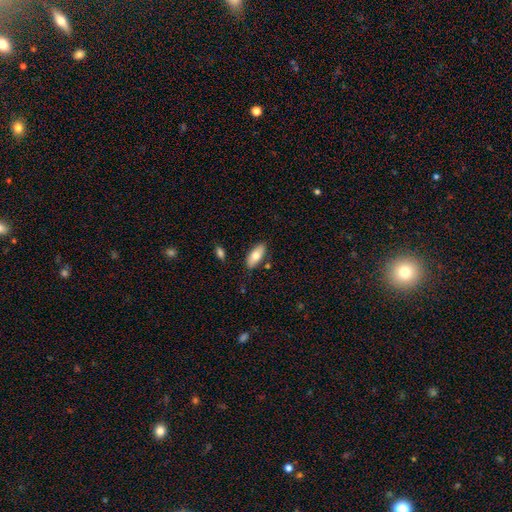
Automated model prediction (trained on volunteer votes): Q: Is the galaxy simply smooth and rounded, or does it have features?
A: smooth — 76%.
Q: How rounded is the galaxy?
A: in between — 86%.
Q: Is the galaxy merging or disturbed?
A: none — 83%.